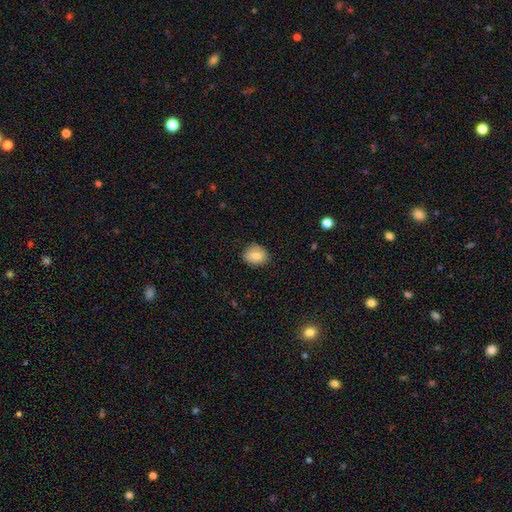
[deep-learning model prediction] smooth 77%, featured or disk 15%, star or artifact 8%. Down the decision tree: how rounded — round (53%); merging — none (83%).